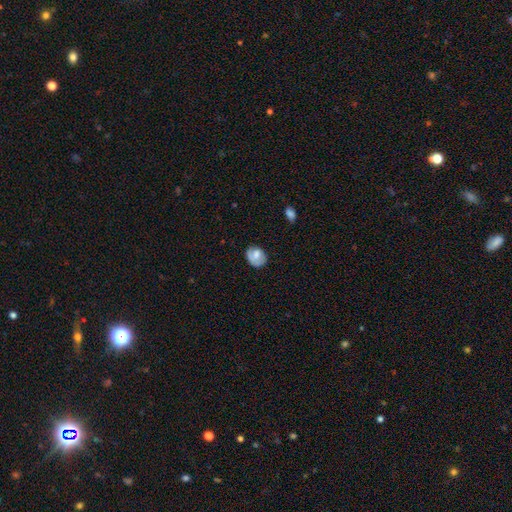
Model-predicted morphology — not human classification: Smooth or featured? smooth (64%)
How rounded? round (62%)
Merging? none (67%)